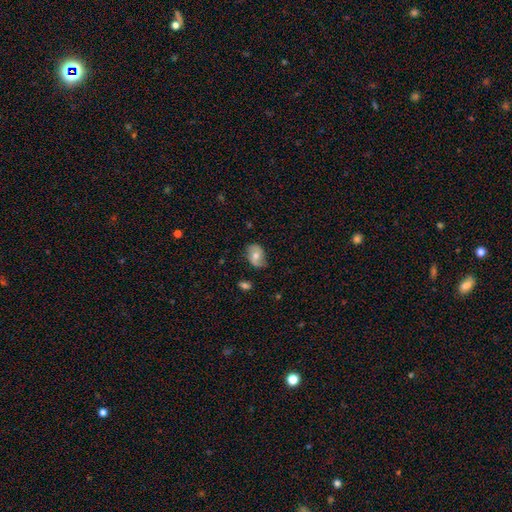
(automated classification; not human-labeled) Smooth or featured? Predicted: smooth (p=0.57). How rounded? Predicted: in between (p=0.80). Merging? Predicted: none (p=0.69).